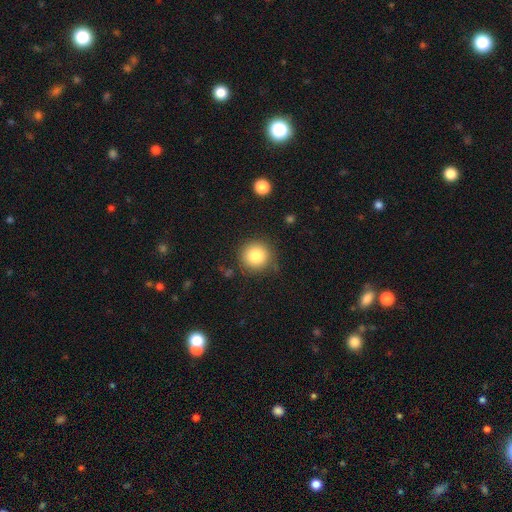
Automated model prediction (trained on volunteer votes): A smooth galaxy with no disk features (83%) that is round (94%).

Vote fractions:
- Smooth or featured? smooth: 83% / star or artifact: 10% / featured or disk: 7%
- How rounded? round: 94% / in between: 6% / cigar-shaped: 1%
- Merging? none: 81% / minor disturbance: 12% / major disturbance: 4% / merger: 2%